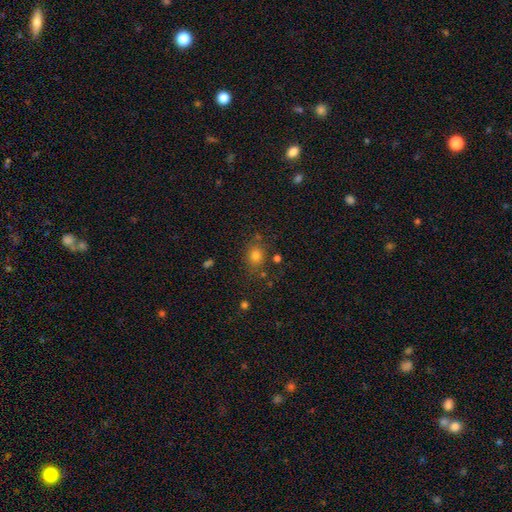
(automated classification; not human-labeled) A smooth galaxy with no disk features (77%) that is round (67%).

Vote fractions:
- Smooth or featured? smooth: 77% / star or artifact: 16% / featured or disk: 7%
- How rounded? round: 67% / in between: 32% / cigar-shaped: 1%
- Merging? none: 77% / minor disturbance: 13% / merger: 6% / major disturbance: 5%